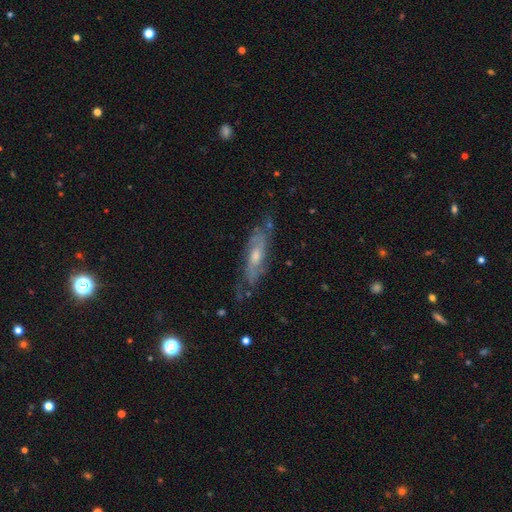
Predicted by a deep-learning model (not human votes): This is likely a featured or disk galaxy (74%). It is likely not viewed edge-on (65%). Merging: likely none (70%).